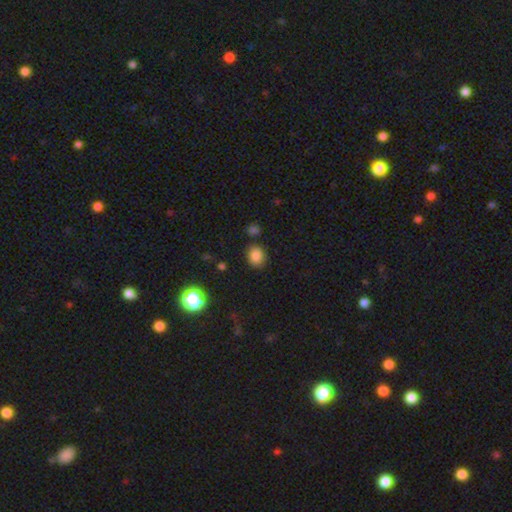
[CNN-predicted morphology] type=smooth (82%); roundness=round (59%); merging=none (83%).